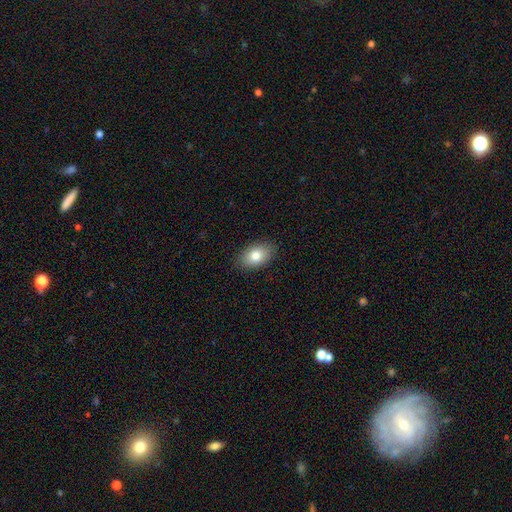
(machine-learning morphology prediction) Q: Smooth or featured?
A: smooth (80%); runner-up: featured or disk (12%)
Q: How rounded?
A: in between (90%); runner-up: round (8%)
Q: Merging?
A: none (88%); runner-up: minor disturbance (9%)